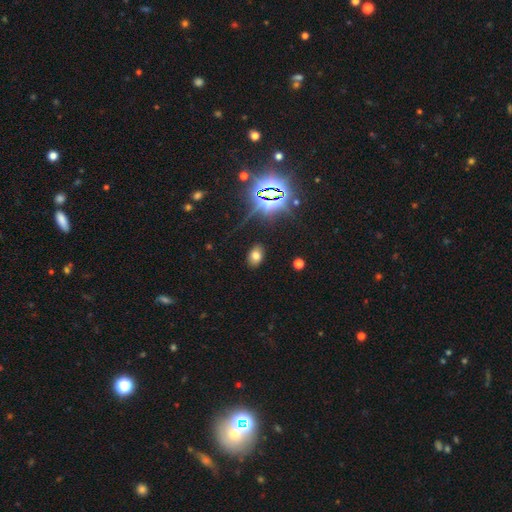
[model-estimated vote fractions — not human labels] smooth-or-featured: smooth: 68% | star or artifact: 23% | featured or disk: 9%
  how-rounded: in between: 84% | round: 15% | cigar-shaped: 1%
  merging: none: 86% | minor disturbance: 9% | major disturbance: 3% | merger: 2%